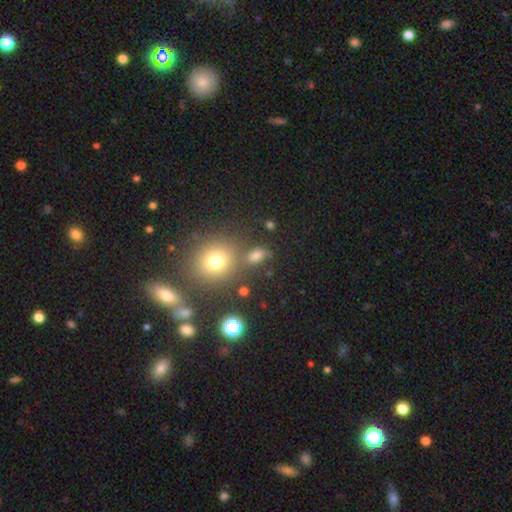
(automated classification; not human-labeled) A smooth galaxy with no disk features (64%) that is in between round and cigar-shaped (60%).

Vote fractions:
- Smooth or featured? smooth: 64% / star or artifact: 25% / featured or disk: 11%
- How rounded? in between: 60% / round: 35% / cigar-shaped: 5%
- Merging? none: 65% / minor disturbance: 14% / merger: 13% / major disturbance: 7%